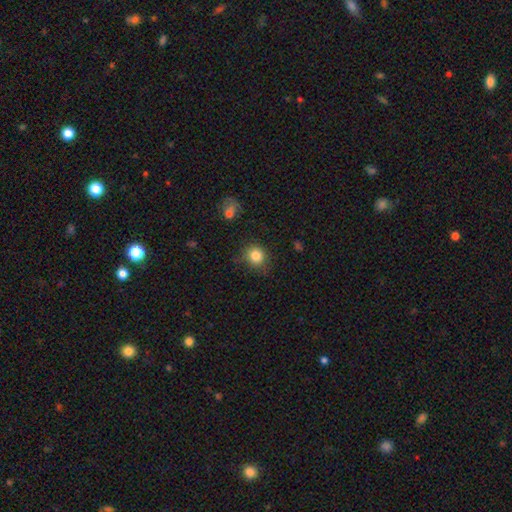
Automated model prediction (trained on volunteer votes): Smooth or featured: smooth — 82% (star or artifact — 11%)
How rounded: round — 86% (in between — 13%)
Merging: none — 73% (minor disturbance — 19%)